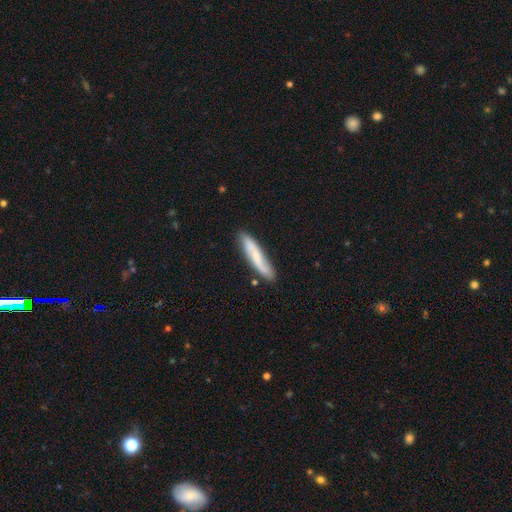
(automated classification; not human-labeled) Smooth or featured: smooth — 50% (featured or disk — 44%)
Merging: none — 82% (minor disturbance — 14%)